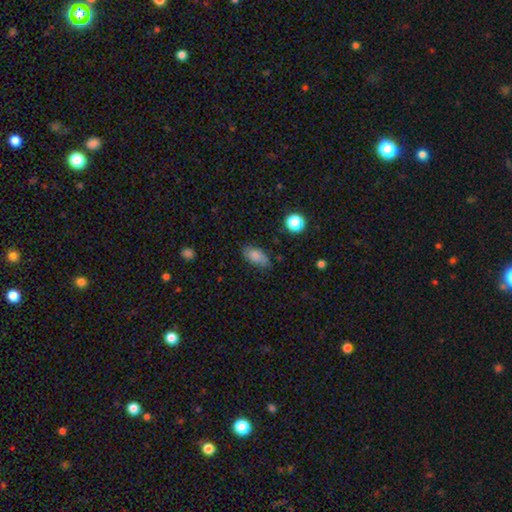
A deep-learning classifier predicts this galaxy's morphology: Smooth or featured? Predicted: smooth (p=0.80). How rounded? Predicted: in between (p=0.90). Merging? Predicted: none (p=0.74).